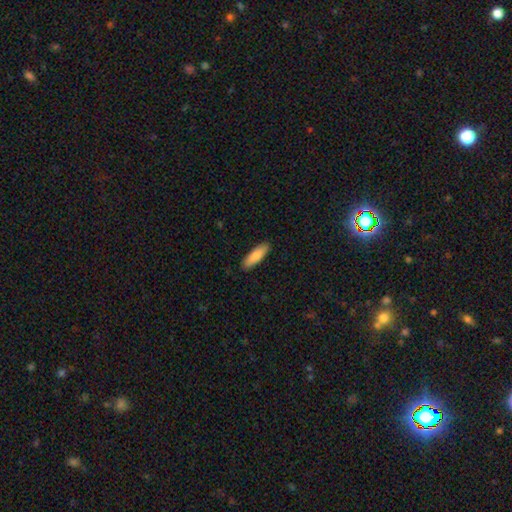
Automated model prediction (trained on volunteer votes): The model was most divided on "how rounded": cigar-shaped: 50%, in between: 48%, round: 1%. More confident: merging — none (89%); smooth or featured — smooth (86%).